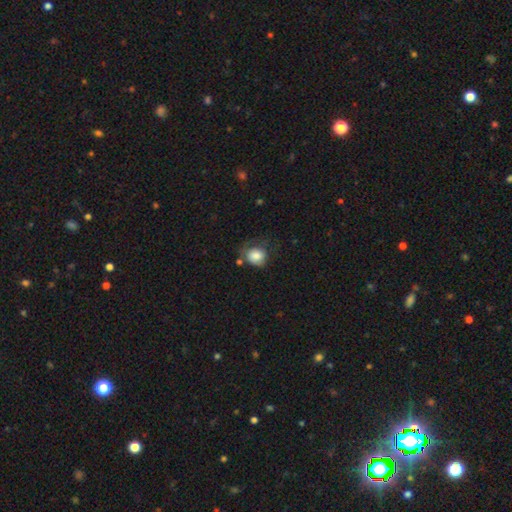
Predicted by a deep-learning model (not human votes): Morphology: type=smooth (78%); roundness=round (68%); merging=none (44%).